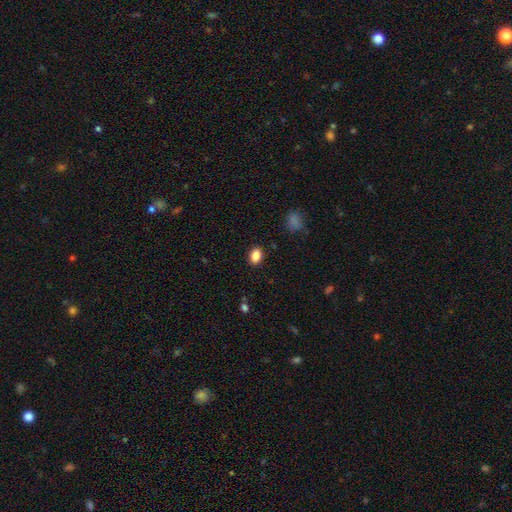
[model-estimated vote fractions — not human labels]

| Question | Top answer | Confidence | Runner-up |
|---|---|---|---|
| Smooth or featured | smooth | 87% | star or artifact (9%) |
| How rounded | in between | 77% | round (22%) |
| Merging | none | 88% | minor disturbance (8%) |